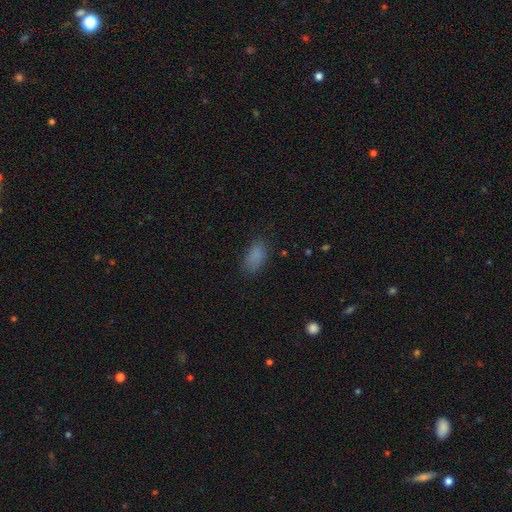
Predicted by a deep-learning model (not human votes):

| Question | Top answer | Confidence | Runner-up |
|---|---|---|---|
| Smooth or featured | smooth | 83% | star or artifact (11%) |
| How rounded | in between | 91% | round (6%) |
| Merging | none | 74% | minor disturbance (18%) |